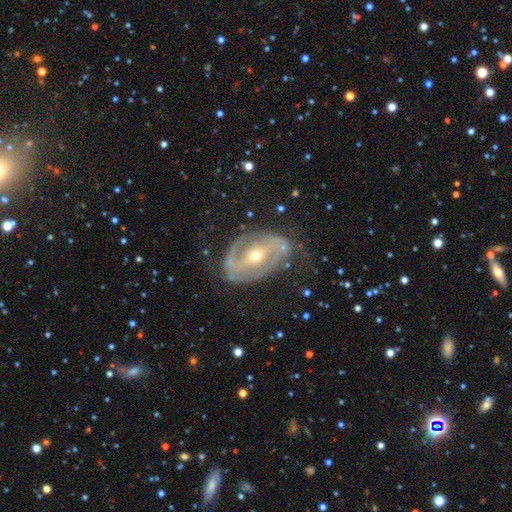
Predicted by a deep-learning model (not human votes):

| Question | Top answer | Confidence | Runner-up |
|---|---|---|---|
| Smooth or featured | featured or disk | 86% | smooth (8%) |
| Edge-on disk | no | 94% | yes (6%) |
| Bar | strong | 44% | weak (32%) |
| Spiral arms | yes | 88% | no (12%) |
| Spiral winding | tight | 43% | medium (41%) |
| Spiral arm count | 2 | 74% | can't tell (13%) |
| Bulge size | small | 54% | moderate (43%) |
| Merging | none | 63% | minor disturbance (21%) |